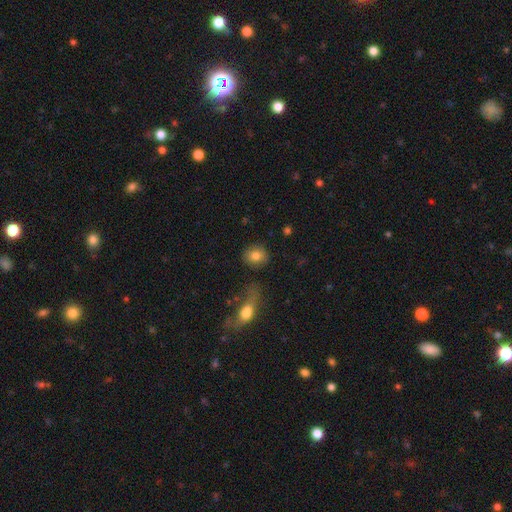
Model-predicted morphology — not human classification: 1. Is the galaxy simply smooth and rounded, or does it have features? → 80% smooth, 11% featured or disk, 9% star or artifact.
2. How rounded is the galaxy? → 68% round, 30% in between, 2% cigar-shaped.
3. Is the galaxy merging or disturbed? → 83% none, 9% minor disturbance, 4% merger, 3% major disturbance.